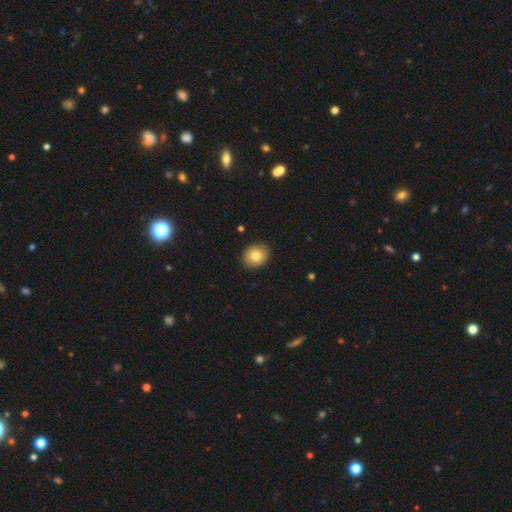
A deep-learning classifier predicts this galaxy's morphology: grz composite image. It shows a smooth galaxy with no disk features (81%) that is round (59%). Merging: none (90%).